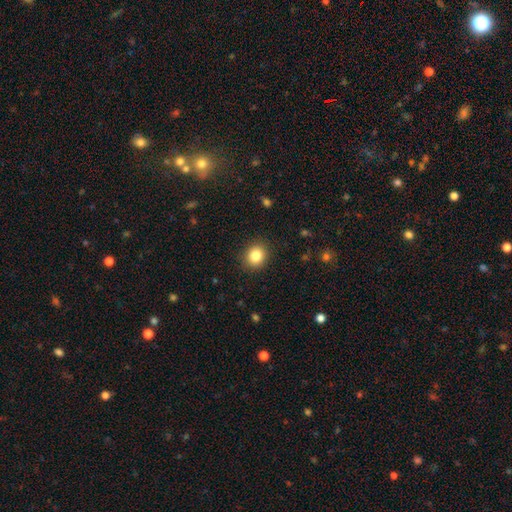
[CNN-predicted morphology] The model was most divided on "how rounded": round: 77%, in between: 22%, cigar-shaped: 1%. More confident: merging — none (90%); smooth or featured — smooth (84%).